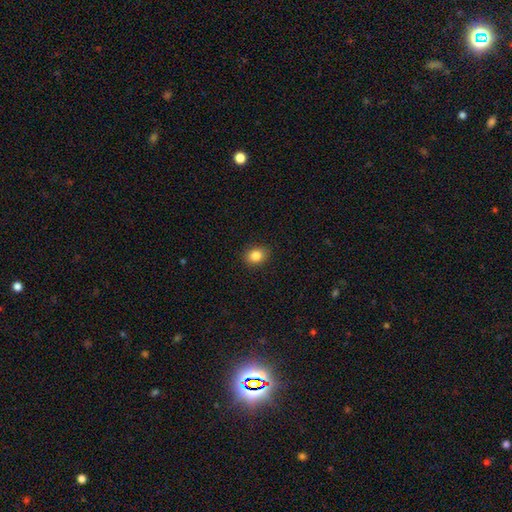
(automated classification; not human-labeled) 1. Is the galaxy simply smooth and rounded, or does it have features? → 84% smooth, 10% star or artifact, 6% featured or disk.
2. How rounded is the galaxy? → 56% round, 43% in between, 1% cigar-shaped.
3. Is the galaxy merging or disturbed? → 90% none, 7% minor disturbance, 2% major disturbance, 1% merger.